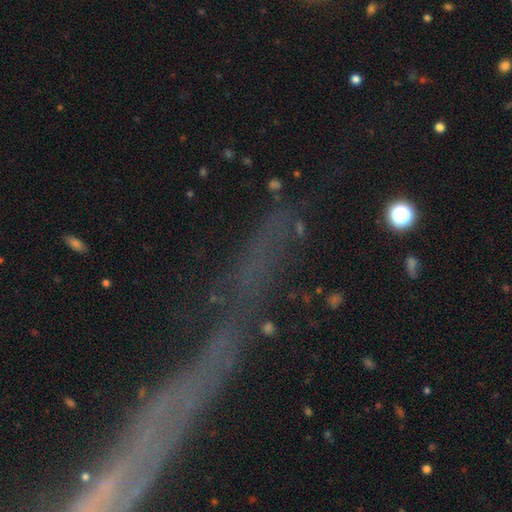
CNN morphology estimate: Smooth or featured? star or artifact (50%)